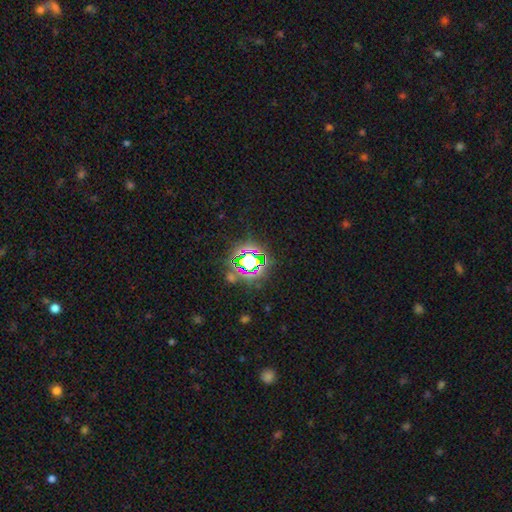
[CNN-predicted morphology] A star or artifact, not a galaxy (74%).

Vote fractions:
- Smooth or featured? star or artifact: 74% / smooth: 17% / featured or disk: 10%